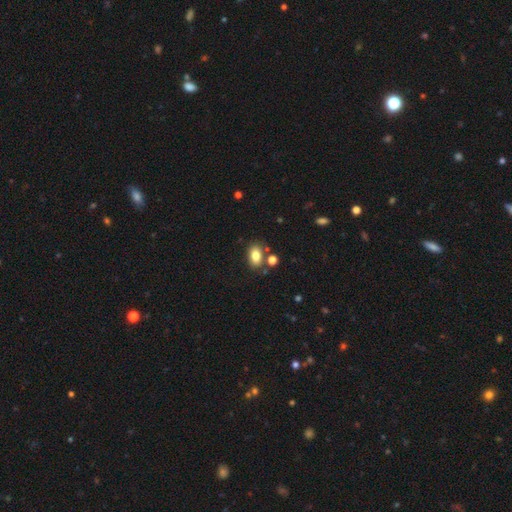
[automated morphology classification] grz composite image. It shows a smooth galaxy with no disk features (82%) that is in between round and cigar-shaped (85%). Merging: none (73%).